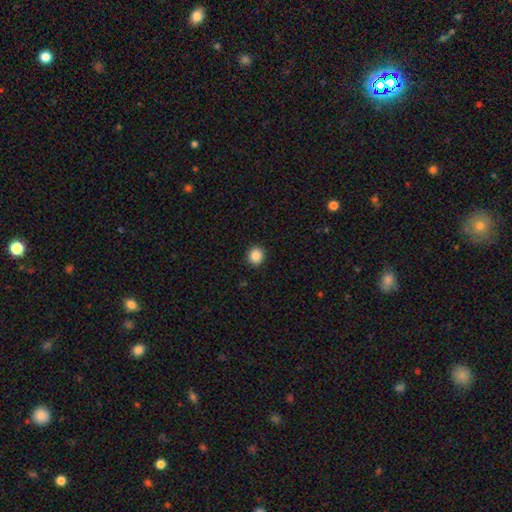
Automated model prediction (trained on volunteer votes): This appears to be a smooth galaxy with no disk features (87%) that is round (89%). Merging: none (92%).